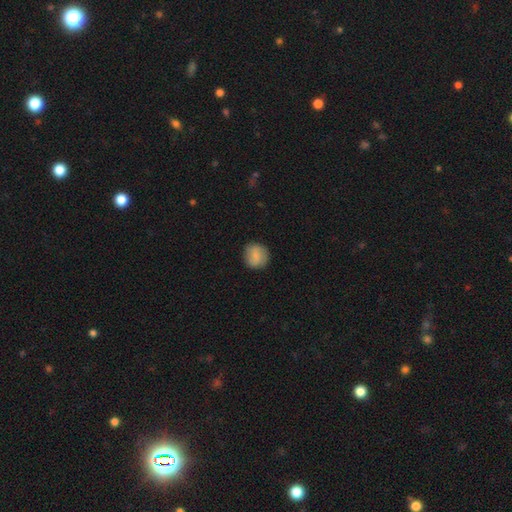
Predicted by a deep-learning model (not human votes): Smooth or featured? Predicted: smooth (p=0.81). How rounded? Predicted: round (p=0.88). Merging? Predicted: none (p=0.87).